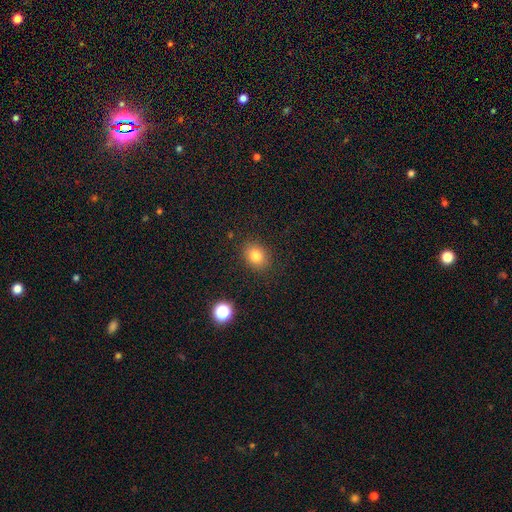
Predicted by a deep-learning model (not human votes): smooth-or-featured: smooth: 81% | star or artifact: 12% | featured or disk: 8%
  how-rounded: round: 51% | in between: 48% | cigar-shaped: 1%
  merging: none: 87% | minor disturbance: 9% | major disturbance: 3% | merger: 1%